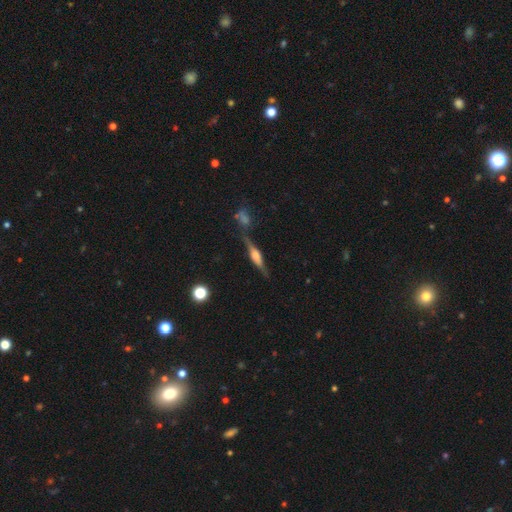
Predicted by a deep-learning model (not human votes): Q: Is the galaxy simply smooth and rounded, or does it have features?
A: featured or disk — 73%.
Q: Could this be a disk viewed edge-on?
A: yes — 96%.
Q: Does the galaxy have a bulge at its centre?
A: rounded — 72%.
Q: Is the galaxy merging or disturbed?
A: none — 71%.